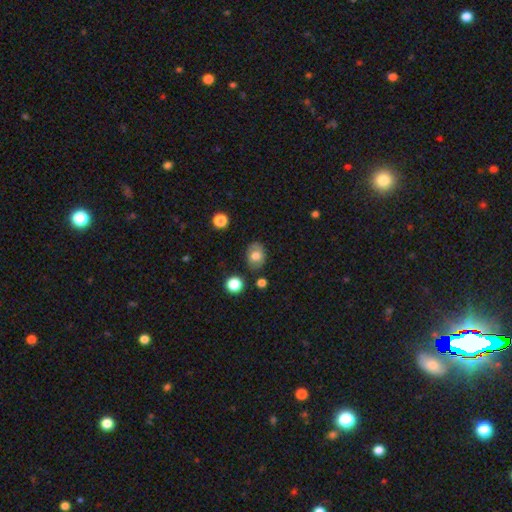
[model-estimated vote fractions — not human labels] smooth 71%, featured or disk 20%, star or artifact 9%. Down the decision tree: how rounded — in between (65%); merging — none (79%).